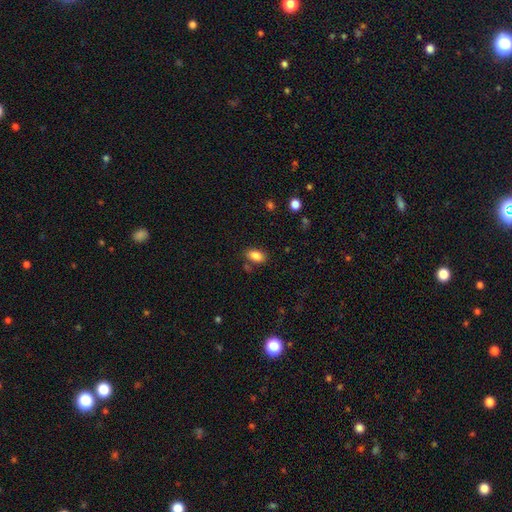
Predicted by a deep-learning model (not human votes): Smooth or featured?
  - smooth: 85% *
  - star or artifact: 9%
  - featured or disk: 7%
How rounded?
  - in between: 90% *
  - round: 8%
  - cigar-shaped: 3%
Merging?
  - none: 79% *
  - minor disturbance: 12%
  - merger: 5%
  - major disturbance: 3%